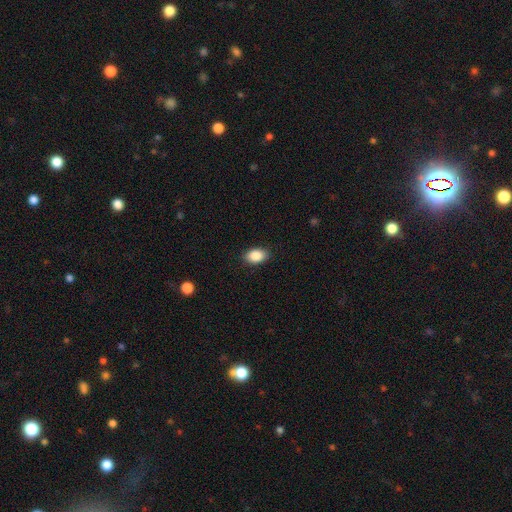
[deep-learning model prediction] Smooth or featured?
  - smooth: 88% *
  - star or artifact: 8%
  - featured or disk: 4%
How rounded?
  - in between: 87% *
  - round: 12%
  - cigar-shaped: 1%
Merging?
  - none: 89% *
  - minor disturbance: 8%
  - major disturbance: 2%
  - merger: 1%